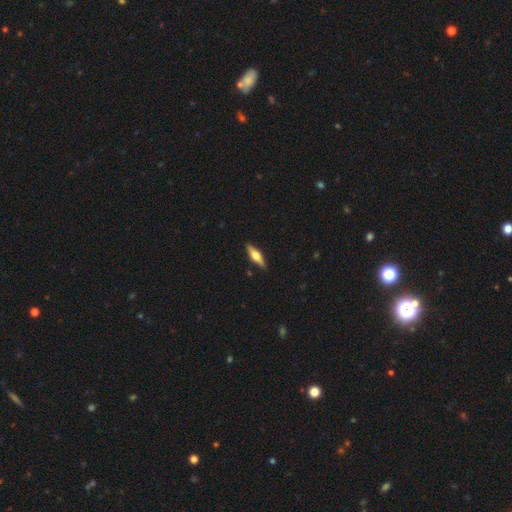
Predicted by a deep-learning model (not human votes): This appears to be a featured or disk galaxy (51%) viewed edge-on (93%). Merging: none (89%).